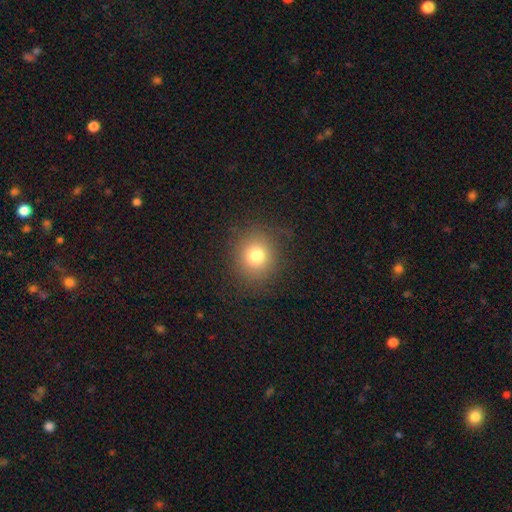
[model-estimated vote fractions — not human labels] Smooth or featured: smooth — 77% (star or artifact — 14%)
How rounded: round — 87% (in between — 12%)
Merging: none — 84% (minor disturbance — 10%)